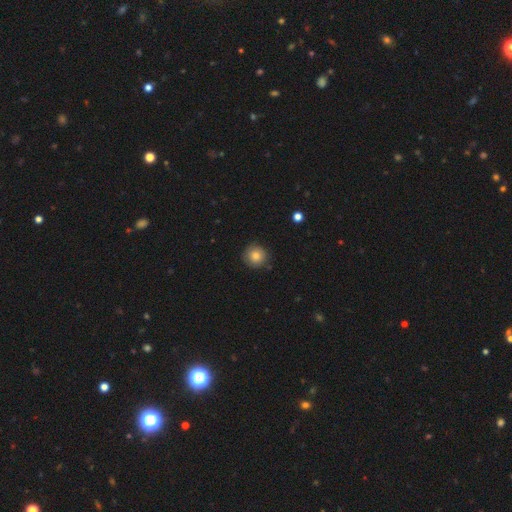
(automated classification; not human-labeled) Smooth or featured? smooth (80%)
How rounded? round (94%)
Merging? none (87%)